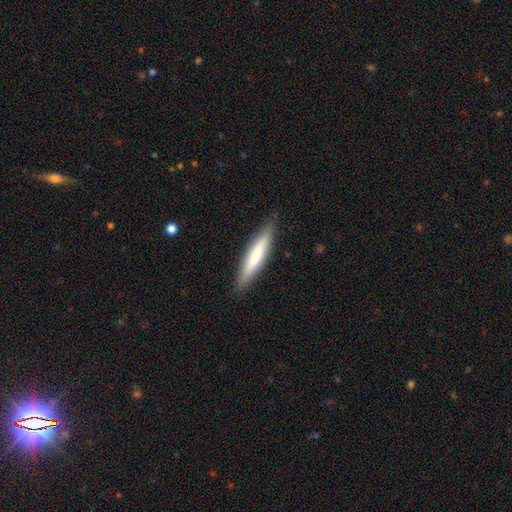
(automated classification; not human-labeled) Q: Smooth or featured?
A: smooth (67%); runner-up: featured or disk (27%)
Q: How rounded?
A: cigar-shaped (89%); runner-up: in between (10%)
Q: Merging?
A: none (88%); runner-up: minor disturbance (9%)